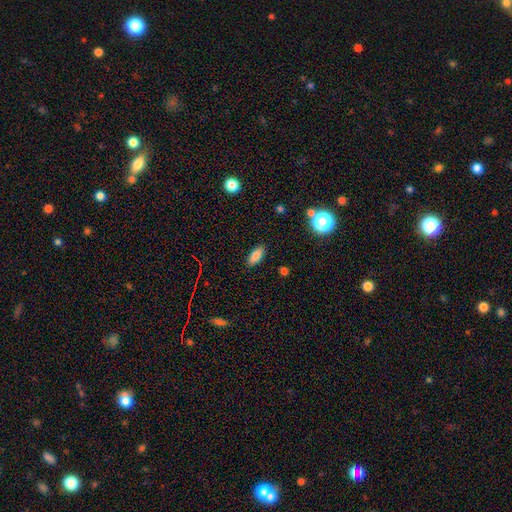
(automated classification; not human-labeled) Smooth or featured: smooth — 81% (star or artifact — 10%)
How rounded: in between — 82% (cigar-shaped — 14%)
Merging: none — 88% (minor disturbance — 9%)